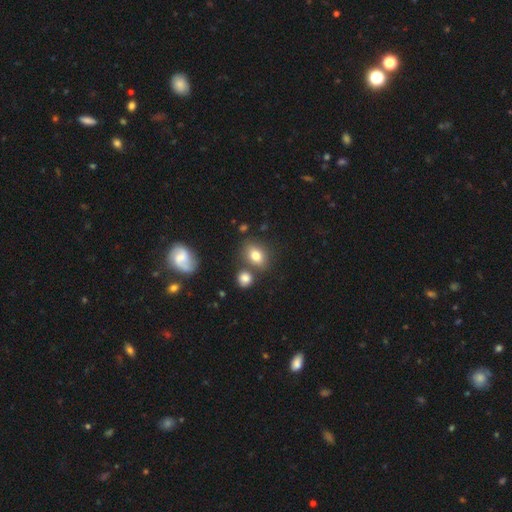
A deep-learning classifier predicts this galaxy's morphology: This is likely a smooth galaxy (78%). How rounded: likely in between (69%). Merging: likely none (68%).